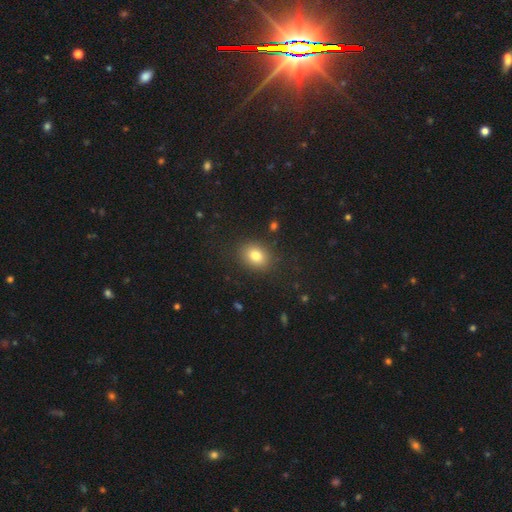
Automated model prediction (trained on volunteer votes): smooth-or-featured: smooth: 81% | star or artifact: 11% | featured or disk: 8%
  how-rounded: in between: 57% | round: 42% | cigar-shaped: 1%
  merging: none: 86% | minor disturbance: 9% | major disturbance: 3% | merger: 1%